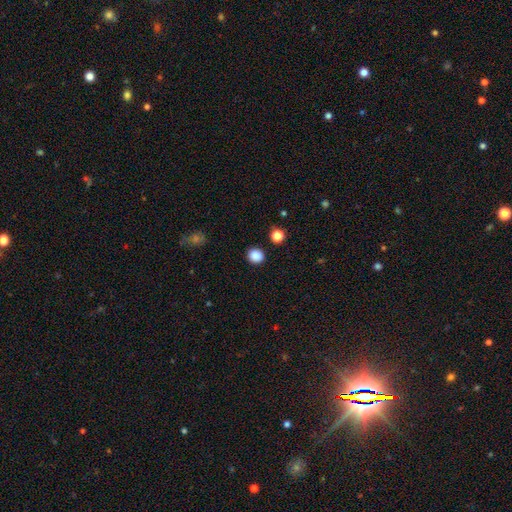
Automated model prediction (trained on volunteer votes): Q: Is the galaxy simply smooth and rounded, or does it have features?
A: smooth — 86%.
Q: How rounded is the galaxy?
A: round — 82%.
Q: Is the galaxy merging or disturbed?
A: none — 90%.